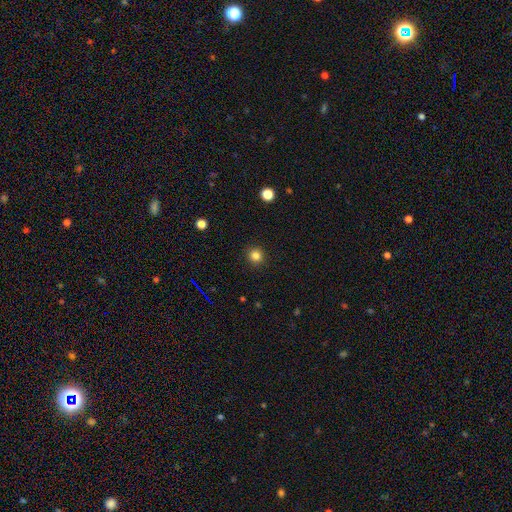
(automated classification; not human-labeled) Smooth or featured? smooth (82%)
How rounded? round (94%)
Merging? none (92%)